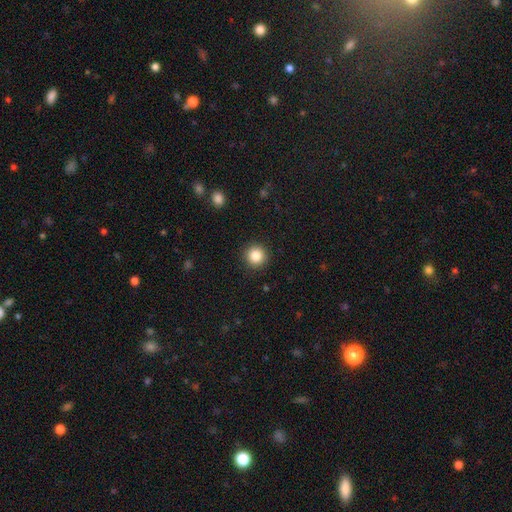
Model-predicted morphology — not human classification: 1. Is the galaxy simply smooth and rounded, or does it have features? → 86% smooth, 10% star or artifact, 5% featured or disk.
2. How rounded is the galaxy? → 95% round, 4% in between, 1% cigar-shaped.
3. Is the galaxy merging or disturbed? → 92% none, 5% minor disturbance, 2% major disturbance, 1% merger.